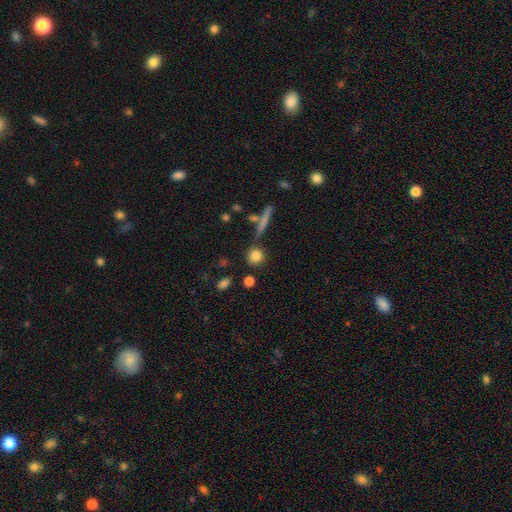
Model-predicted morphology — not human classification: A smooth galaxy with no disk features (81%) that is round (86%).

Vote fractions:
- Smooth or featured? smooth: 81% / star or artifact: 10% / featured or disk: 9%
- How rounded? round: 86% / in between: 9% / cigar-shaped: 5%
- Merging? none: 77% / minor disturbance: 10% / merger: 9% / major disturbance: 4%